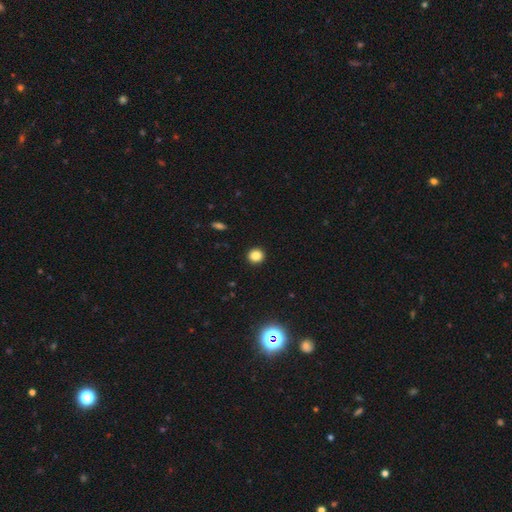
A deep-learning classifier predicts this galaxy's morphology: The model was most divided on "smooth or featured": smooth: 85%, star or artifact: 11%, featured or disk: 4%. More confident: merging — none (93%); how rounded — round (89%).